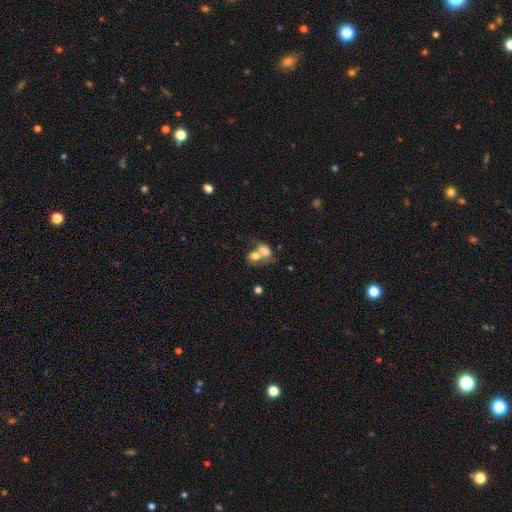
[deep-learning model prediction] smooth_or_featured: smooth (p=0.71) [alt: featured or disk p=0.19]
how_rounded: in between (p=0.63) [alt: round p=0.36]
merging: merger (p=0.69) [alt: none p=0.19]